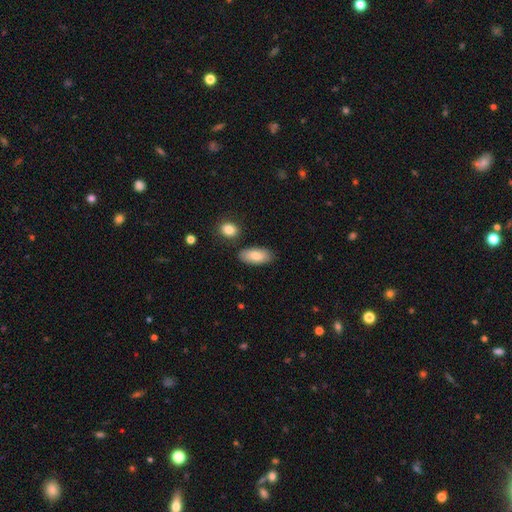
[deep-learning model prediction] Q: Smooth or featured?
A: smooth (83%); runner-up: featured or disk (11%)
Q: How rounded?
A: in between (91%); runner-up: cigar-shaped (6%)
Q: Merging?
A: none (82%); runner-up: minor disturbance (11%)